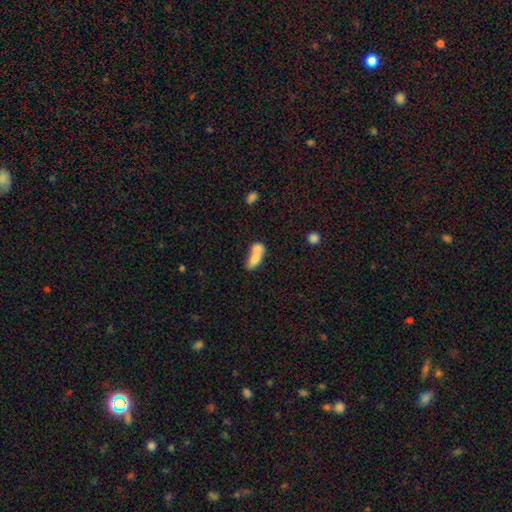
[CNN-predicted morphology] Smooth or featured? Predicted: smooth (p=0.71). How rounded? Predicted: in between (p=0.78). Merging? Predicted: merger (p=0.71).